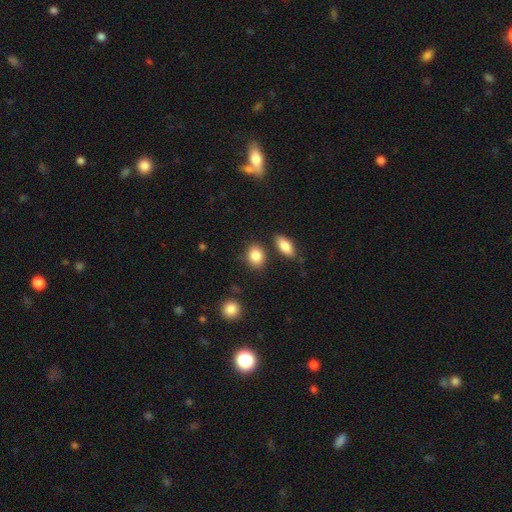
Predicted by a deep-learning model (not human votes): A smooth galaxy with no disk features (87%) that is in between round and cigar-shaped (59%). Merging: none (76%).